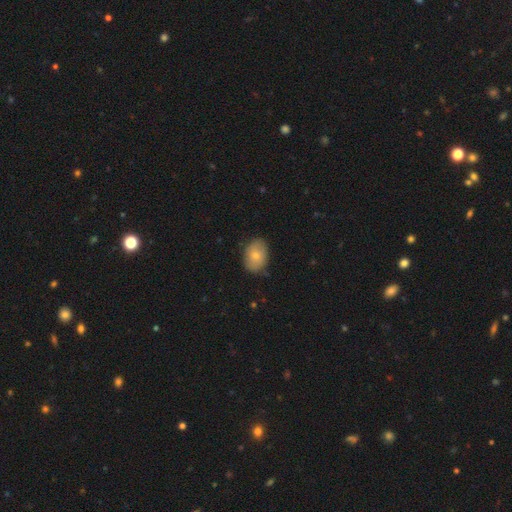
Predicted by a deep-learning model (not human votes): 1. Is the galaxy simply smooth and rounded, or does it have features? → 74% smooth, 19% featured or disk, 7% star or artifact.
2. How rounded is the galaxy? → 80% in between, 19% round, 1% cigar-shaped.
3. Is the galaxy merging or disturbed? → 81% none, 15% minor disturbance, 3% major disturbance, 1% merger.